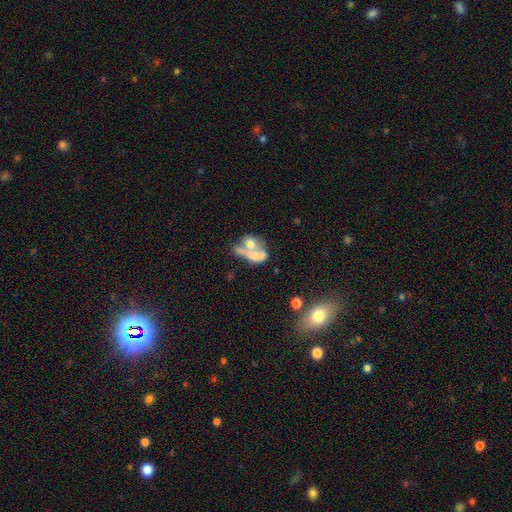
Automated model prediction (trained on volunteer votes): smooth-or-featured: smooth: 45% | featured or disk: 43% | star or artifact: 12%
  merging: merger: 64% | major disturbance: 14% | none: 14% | minor disturbance: 8%